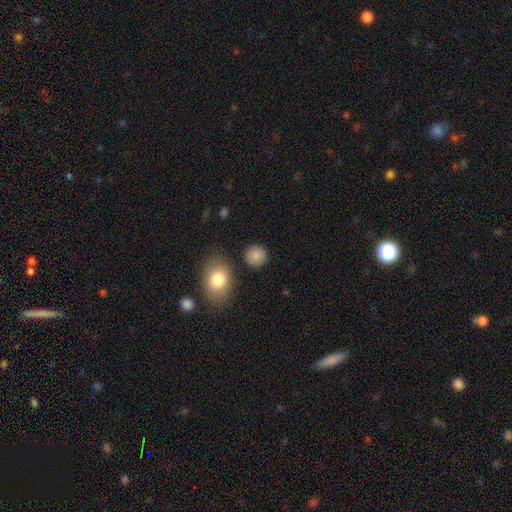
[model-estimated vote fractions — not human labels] Q: Smooth or featured?
A: smooth (87%); runner-up: star or artifact (8%)
Q: How rounded?
A: round (88%); runner-up: in between (11%)
Q: Merging?
A: none (87%); runner-up: minor disturbance (7%)